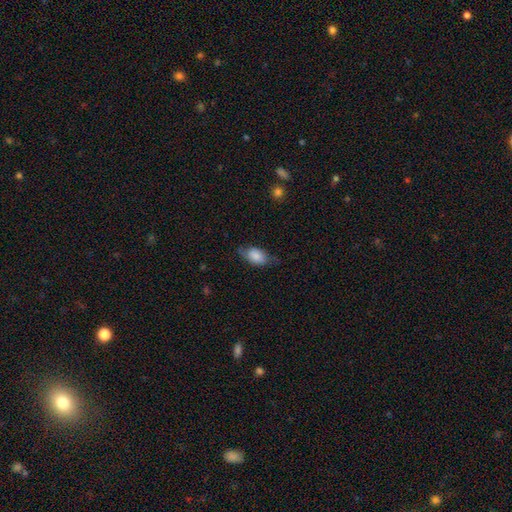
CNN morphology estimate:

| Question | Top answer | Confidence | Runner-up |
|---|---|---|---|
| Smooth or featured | smooth | 74% | featured or disk (19%) |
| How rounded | in between | 88% | round (8%) |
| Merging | none | 58% | minor disturbance (30%) |